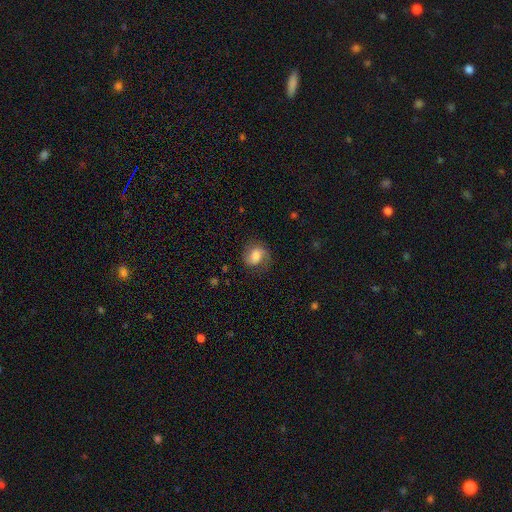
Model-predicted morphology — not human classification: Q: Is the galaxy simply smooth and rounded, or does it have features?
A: smooth — 54%.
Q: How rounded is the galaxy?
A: round — 56%.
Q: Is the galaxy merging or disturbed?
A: none — 65%.